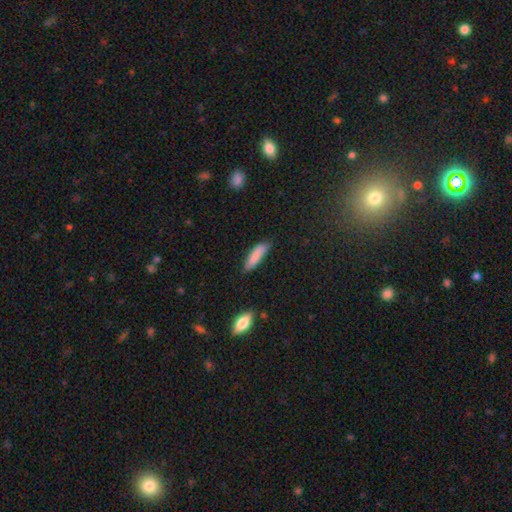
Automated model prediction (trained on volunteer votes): smooth_or_featured: smooth (p=0.86) [alt: featured or disk p=0.07]
how_rounded: cigar-shaped (p=0.59) [alt: in between p=0.39]
merging: none (p=0.76) [alt: minor disturbance p=0.19]